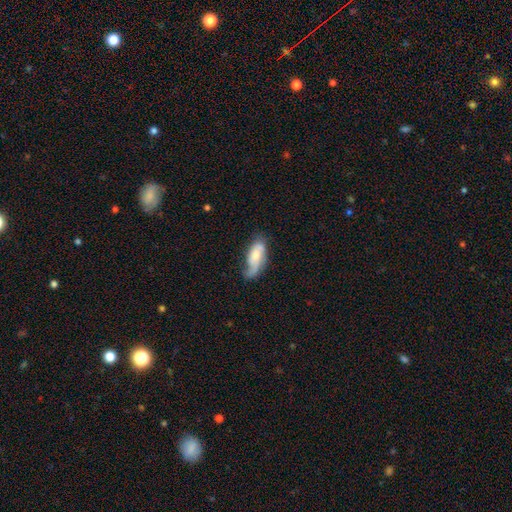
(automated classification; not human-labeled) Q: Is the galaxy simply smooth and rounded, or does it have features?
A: featured or disk — 50%.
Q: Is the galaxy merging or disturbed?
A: none — 47%.